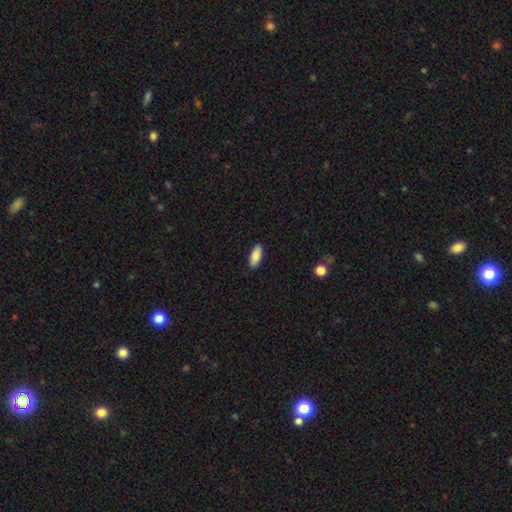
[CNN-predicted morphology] Smooth or featured?
  - smooth: 88% *
  - star or artifact: 6%
  - featured or disk: 6%
How rounded?
  - in between: 81% *
  - cigar-shaped: 17%
  - round: 2%
Merging?
  - none: 90% *
  - minor disturbance: 8%
  - major disturbance: 2%
  - merger: 1%